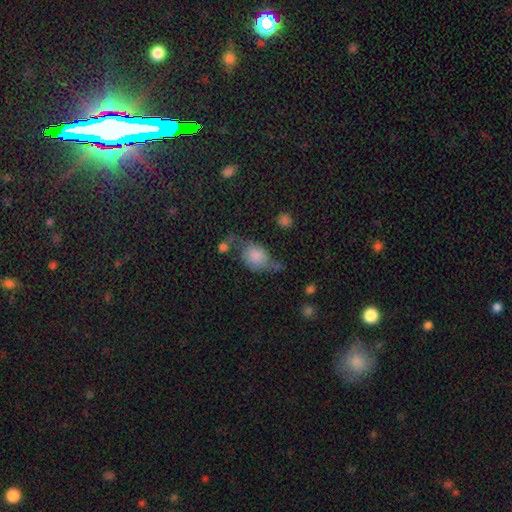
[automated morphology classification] Smooth or featured? Predicted: smooth (p=0.53). How rounded? Predicted: in between (p=0.54). Merging? Predicted: none (p=0.41).